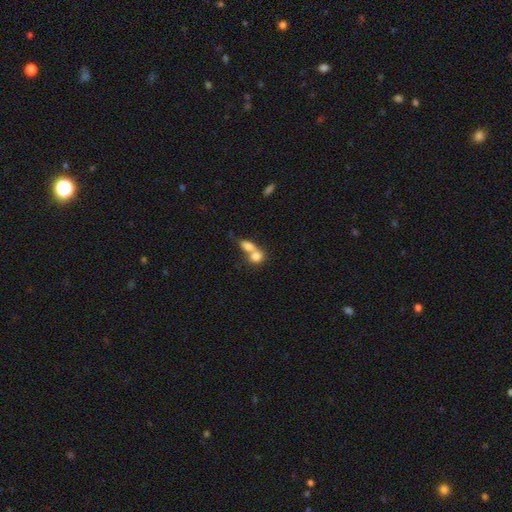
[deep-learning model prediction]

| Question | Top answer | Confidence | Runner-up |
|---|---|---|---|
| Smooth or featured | smooth | 77% | featured or disk (14%) |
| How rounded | round | 51% | in between (46%) |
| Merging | merger | 72% | none (19%) |